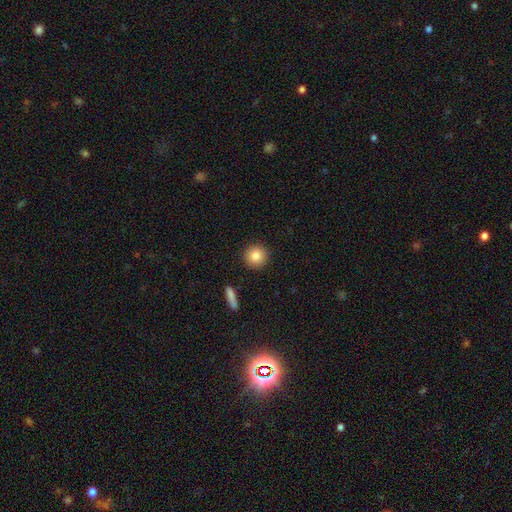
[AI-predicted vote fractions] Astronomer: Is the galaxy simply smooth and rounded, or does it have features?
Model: smooth — 85%.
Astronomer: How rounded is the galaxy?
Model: round — 93%.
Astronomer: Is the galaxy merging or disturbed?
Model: none — 91%.